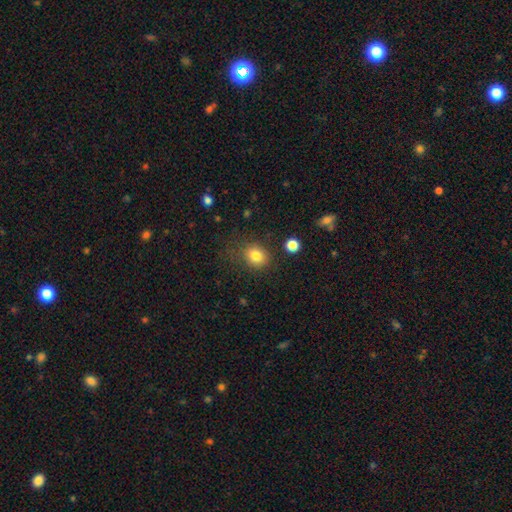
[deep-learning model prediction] smooth 82%, star or artifact 11%, featured or disk 7%. Down the decision tree: how rounded — round (65%); merging — none (77%).